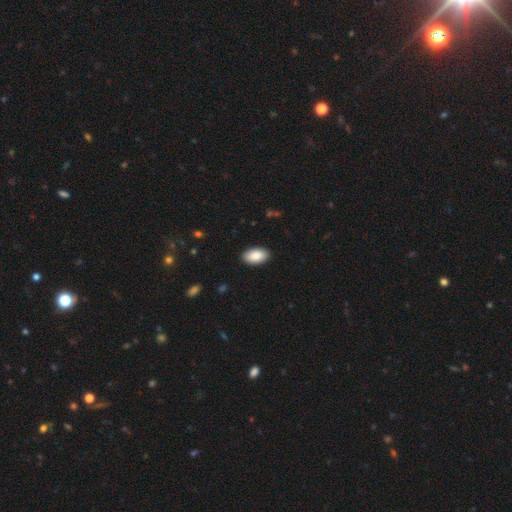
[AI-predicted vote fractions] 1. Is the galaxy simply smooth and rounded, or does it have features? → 89% smooth, 6% star or artifact, 5% featured or disk.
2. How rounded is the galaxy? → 95% in between, 3% round, 1% cigar-shaped.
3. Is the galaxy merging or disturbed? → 90% none, 7% minor disturbance, 2% major disturbance, 1% merger.